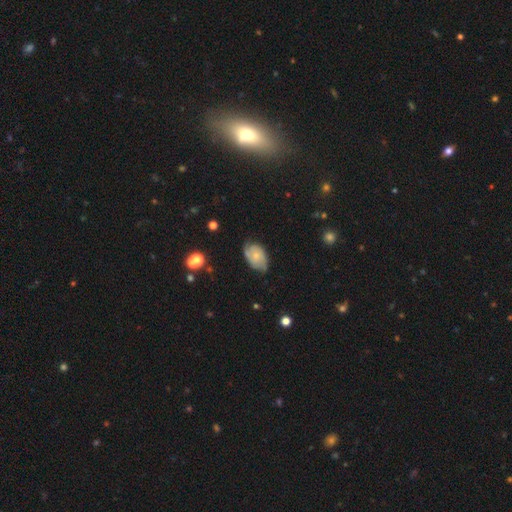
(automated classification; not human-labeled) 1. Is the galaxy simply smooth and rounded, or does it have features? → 58% featured or disk, 34% smooth, 8% star or artifact.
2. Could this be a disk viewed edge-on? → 96% no, 4% yes.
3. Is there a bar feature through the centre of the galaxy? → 77% no, 20% weak, 3% strong.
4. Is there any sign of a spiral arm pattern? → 87% yes, 13% no.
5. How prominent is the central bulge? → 70% small, 21% moderate, 6% none, 1% large, 1% dominant.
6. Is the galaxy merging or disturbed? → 66% none, 26% minor disturbance, 7% major disturbance, 2% merger.